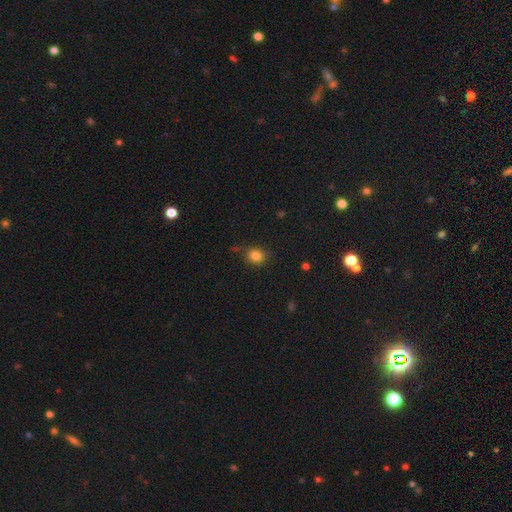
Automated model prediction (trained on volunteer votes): Smooth or featured? Predicted: smooth (p=0.83). How rounded? Predicted: round (p=0.74). Merging? Predicted: none (p=0.77).